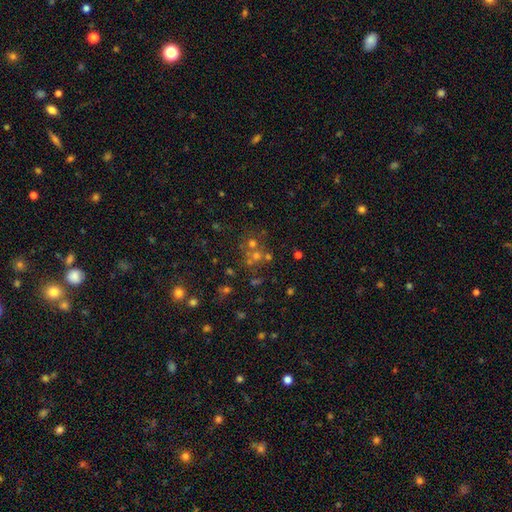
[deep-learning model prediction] star or artifact 49%, smooth 35%, featured or disk 15%.